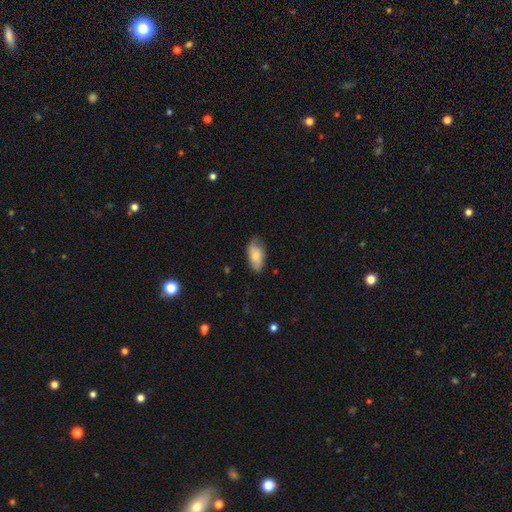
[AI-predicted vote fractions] Smooth or featured? smooth (62%)
How rounded? in between (92%)
Merging? none (67%)